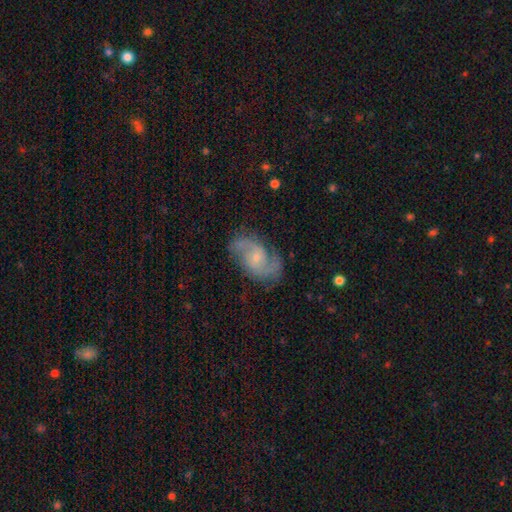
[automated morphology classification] Smooth or featured? Predicted: featured or disk (p=0.85). Edge-on disk? Predicted: no (p=0.97). Bar? Predicted: no (p=0.60). Spiral arms? Predicted: yes (p=0.96). Spiral winding? Predicted: medium (p=0.54). Spiral arm count? Predicted: 2 (p=0.90). Bulge size? Predicted: small (p=0.69). Merging? Predicted: none (p=0.76).